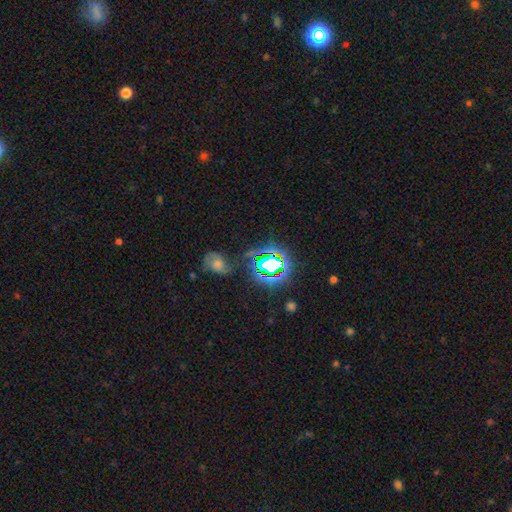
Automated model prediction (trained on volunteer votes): This is likely a star or artifact rather than a galaxy (67%).